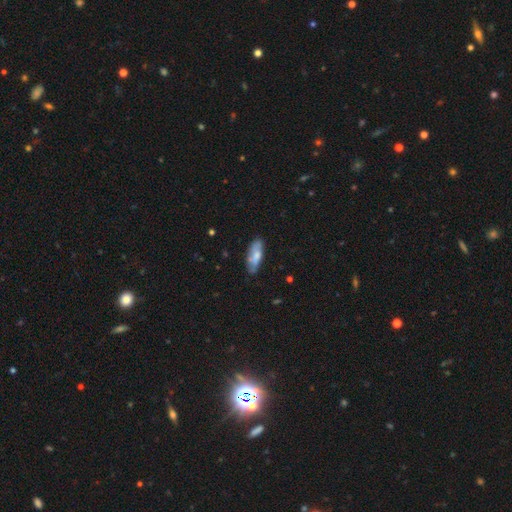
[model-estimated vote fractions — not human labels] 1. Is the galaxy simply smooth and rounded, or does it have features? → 69% smooth, 25% featured or disk, 6% star or artifact.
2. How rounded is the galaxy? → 61% in between, 37% cigar-shaped, 2% round.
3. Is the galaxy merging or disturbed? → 70% none, 23% minor disturbance, 5% major disturbance, 3% merger.